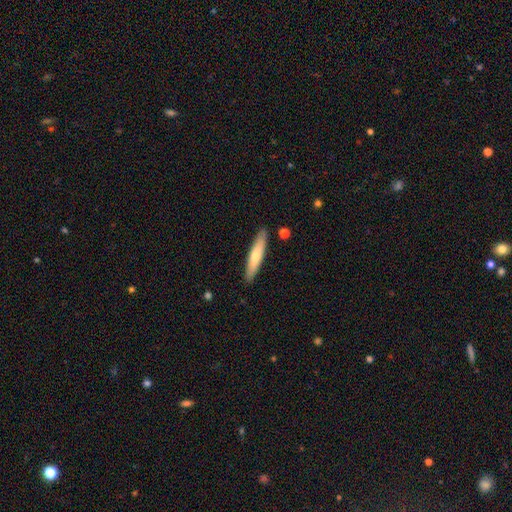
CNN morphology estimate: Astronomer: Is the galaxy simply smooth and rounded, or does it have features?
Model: smooth — 63%.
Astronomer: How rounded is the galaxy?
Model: cigar-shaped — 87%.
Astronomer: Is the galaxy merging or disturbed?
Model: none — 88%.